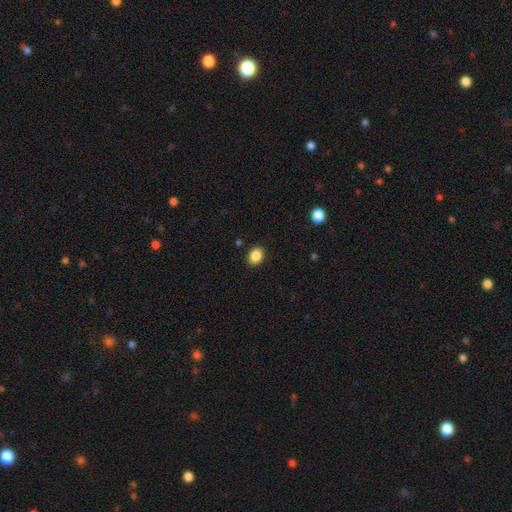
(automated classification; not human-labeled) smooth 88%, star or artifact 9%, featured or disk 4%. Down the decision tree: how rounded — in between (68%); merging — none (89%).